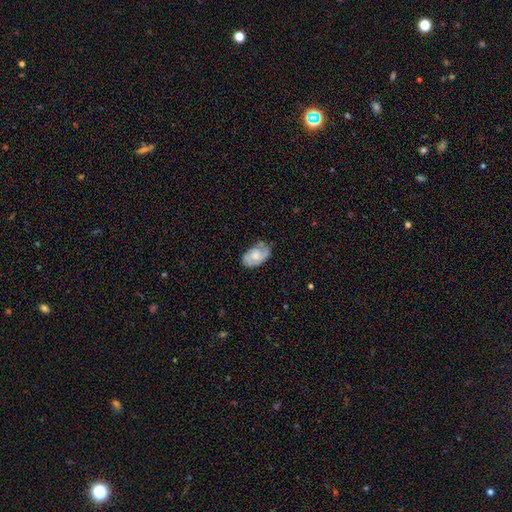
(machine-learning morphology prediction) This appears to be a featured or disk galaxy (52%). Merging: none (63%).